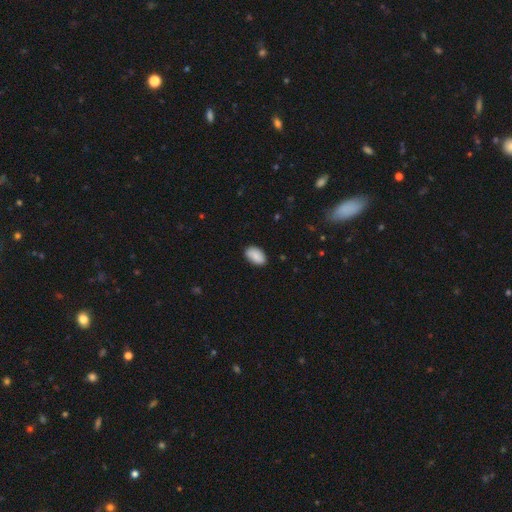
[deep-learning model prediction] Smooth or featured: smooth — 86% (featured or disk — 7%)
How rounded: in between — 93% (round — 5%)
Merging: none — 85% (minor disturbance — 12%)